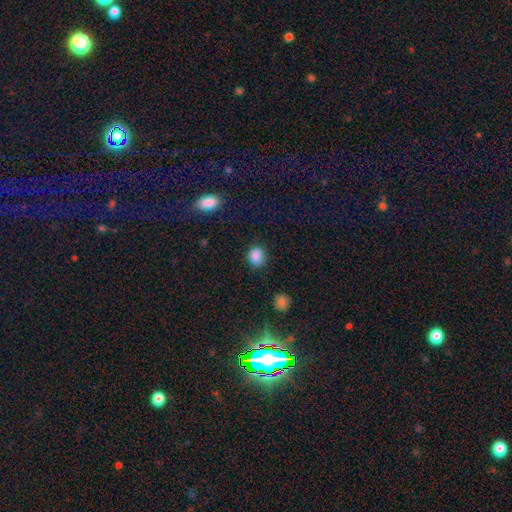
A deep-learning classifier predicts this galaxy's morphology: This appears to be a smooth galaxy with no disk features (87%) that is round (55%). Merging: none (81%).